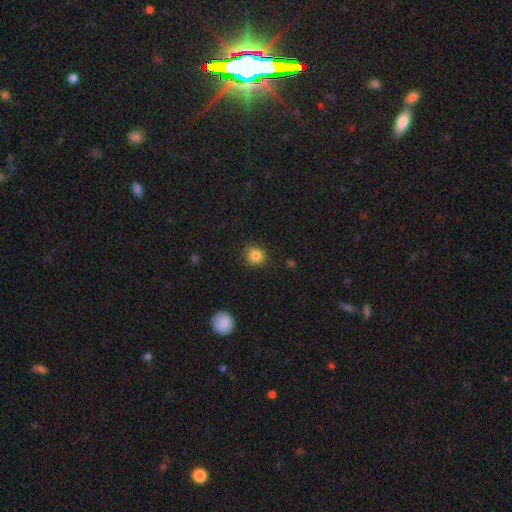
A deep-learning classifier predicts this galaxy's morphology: Smooth or featured?
  - smooth: 85% *
  - star or artifact: 11%
  - featured or disk: 4%
How rounded?
  - round: 85% *
  - in between: 14%
  - cigar-shaped: 1%
Merging?
  - none: 85% *
  - minor disturbance: 11%
  - major disturbance: 3%
  - merger: 1%